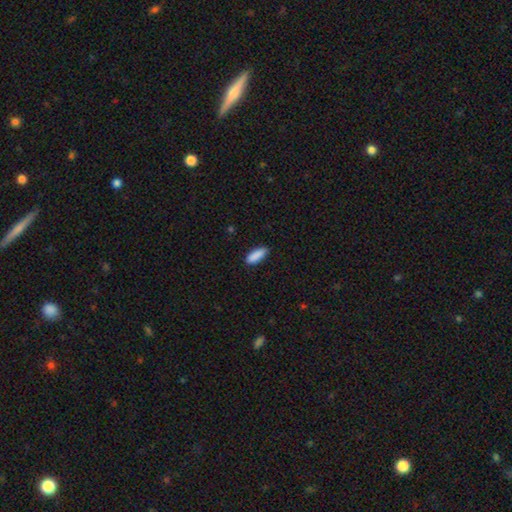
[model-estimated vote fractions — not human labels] Smooth or featured? smooth (90%)
How rounded? in between (67%)
Merging? none (86%)